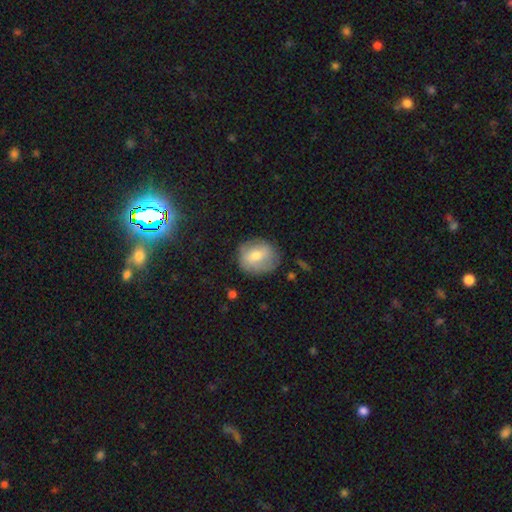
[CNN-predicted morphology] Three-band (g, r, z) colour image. It shows a smooth galaxy with no disk features (62%) that is round (69%). Merging: none (73%).